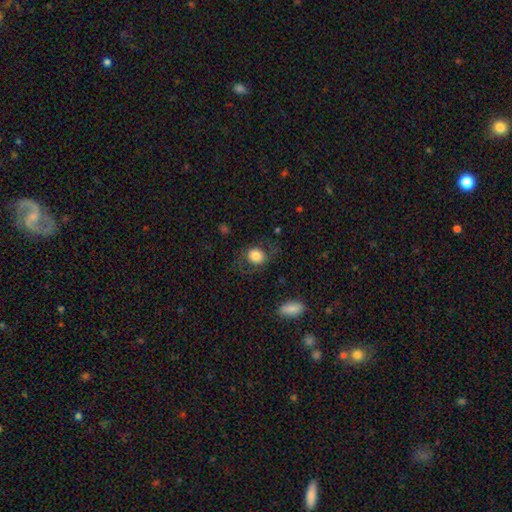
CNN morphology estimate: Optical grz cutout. It shows a smooth galaxy with no disk features (74%) that is round (66%). Merging: none (68%).